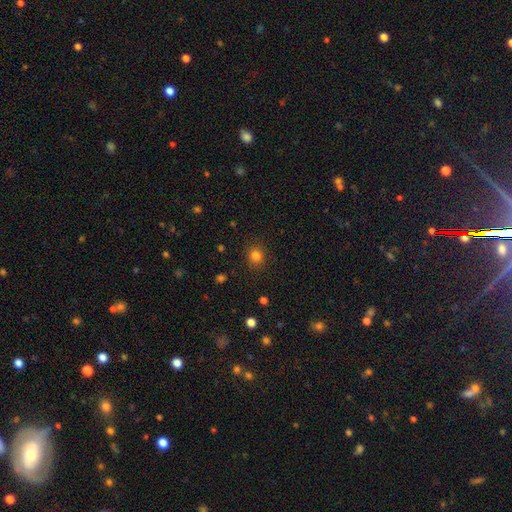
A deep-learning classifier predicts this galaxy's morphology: Overall: smooth (82%). How rounded: round (81%). Merging: none (88%).